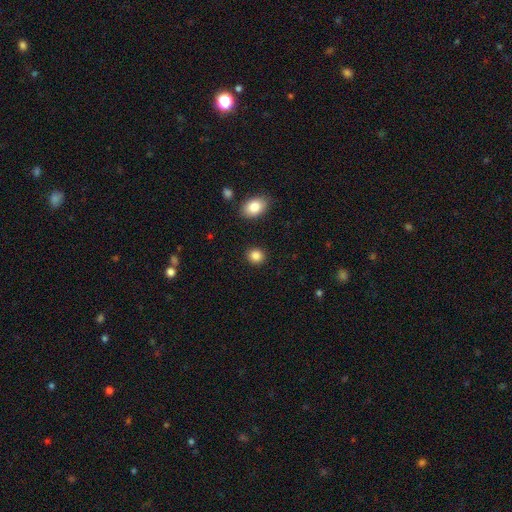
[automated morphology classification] Smooth or featured? smooth (86%)
How rounded? round (78%)
Merging? none (90%)